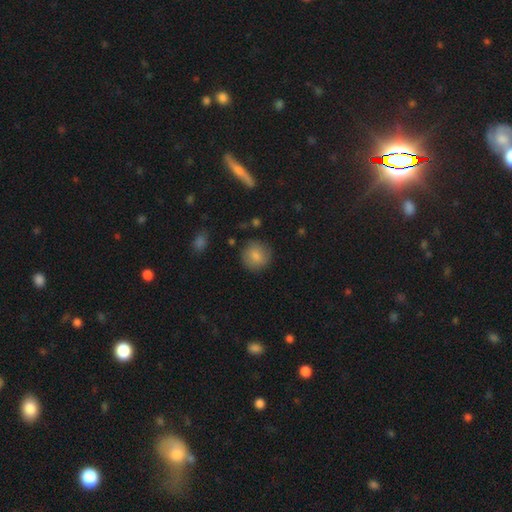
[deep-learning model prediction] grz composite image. It shows a smooth galaxy with no disk features (82%) that is round (91%). Merging: none (85%).